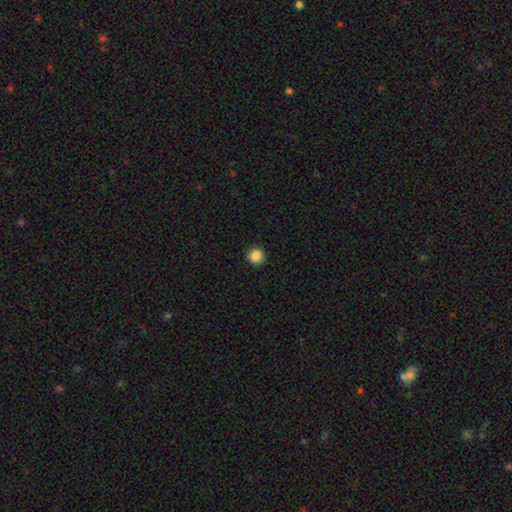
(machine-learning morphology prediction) Smooth or featured? smooth (87%)
How rounded? round (93%)
Merging? none (93%)